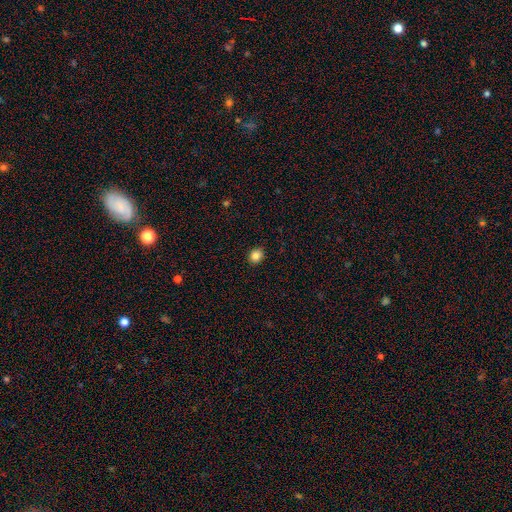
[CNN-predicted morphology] This is clearly a smooth galaxy (85%). How rounded: likely round (66%). Merging: clearly none (91%).